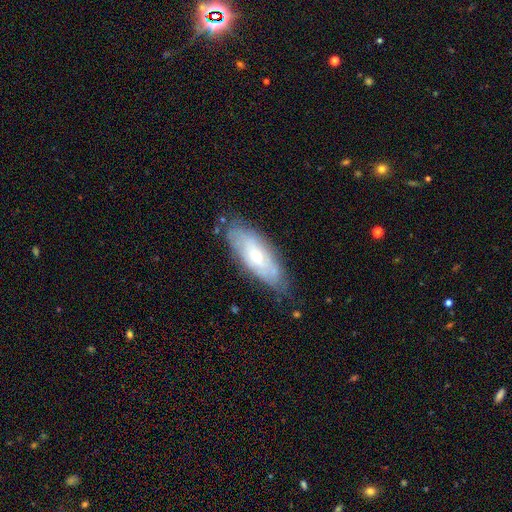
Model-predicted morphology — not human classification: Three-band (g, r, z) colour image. It shows a featured or disk galaxy (50%). Merging: none (71%).